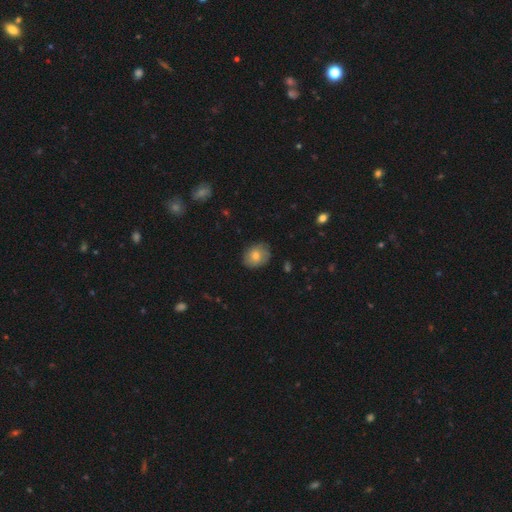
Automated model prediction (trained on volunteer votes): Smooth or featured: smooth — 78% (featured or disk — 14%)
How rounded: in between — 50% (round — 49%)
Merging: none — 83% (minor disturbance — 14%)